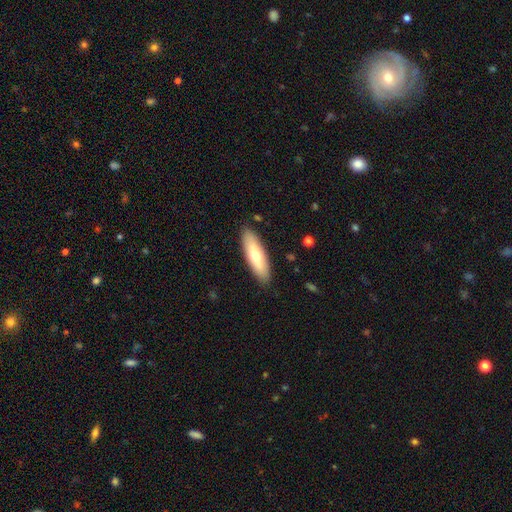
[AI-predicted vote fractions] smooth 64%, featured or disk 30%, star or artifact 6%. Down the decision tree: how rounded — cigar-shaped (50%); merging — none (88%).